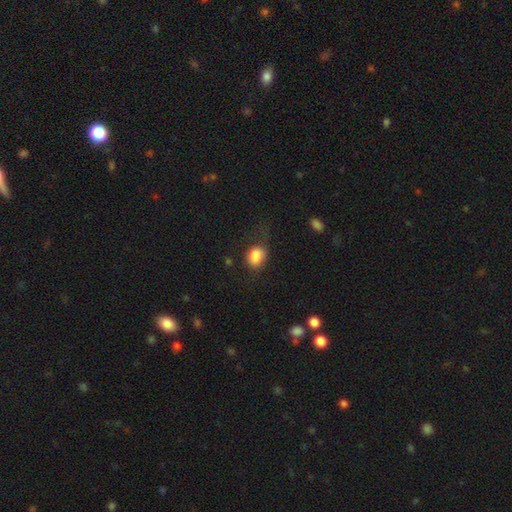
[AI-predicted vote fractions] Smooth or featured? Predicted: smooth (p=0.84). How rounded? Predicted: in between (p=0.63). Merging? Predicted: none (p=0.47).